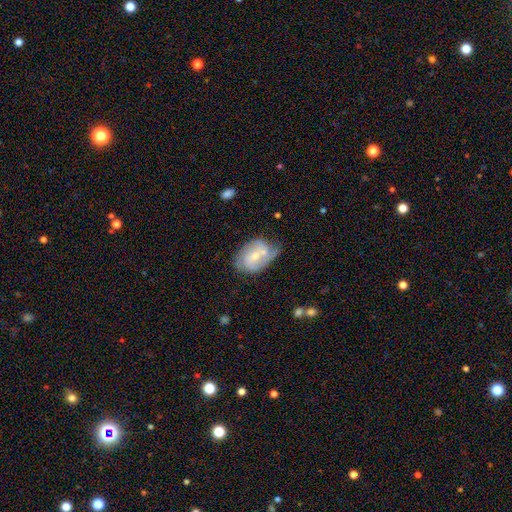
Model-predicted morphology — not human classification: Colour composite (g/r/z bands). It shows a featured or disk galaxy (63%) with no bar (49%), spiral arms (80%) and a small central bulge (52%). Merging: none (41%).